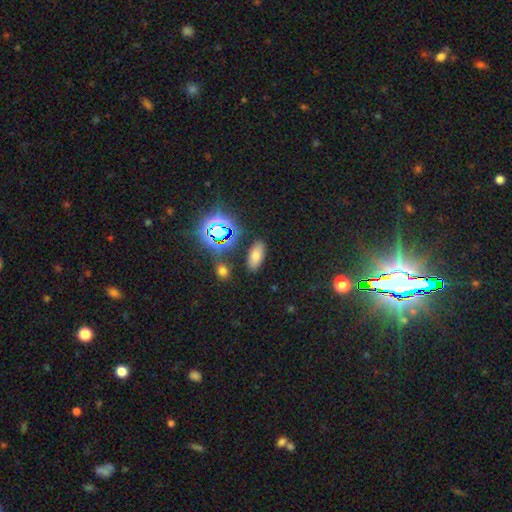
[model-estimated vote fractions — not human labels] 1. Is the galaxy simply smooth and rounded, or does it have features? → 67% smooth, 24% star or artifact, 9% featured or disk.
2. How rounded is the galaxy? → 85% in between, 9% cigar-shaped, 5% round.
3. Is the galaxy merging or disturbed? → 86% none, 8% minor disturbance, 3% major disturbance, 3% merger.